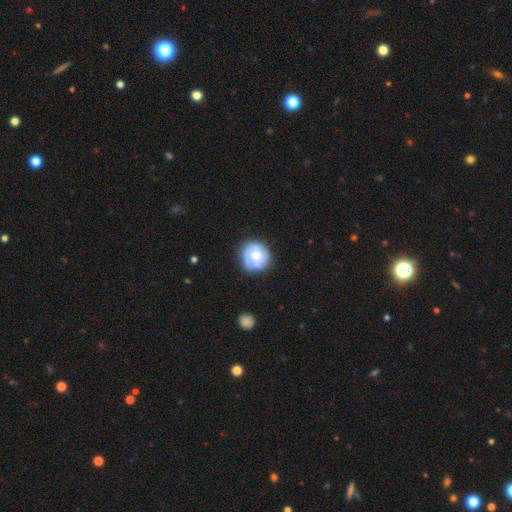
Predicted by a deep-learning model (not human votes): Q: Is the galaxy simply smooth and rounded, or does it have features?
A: smooth — 54%.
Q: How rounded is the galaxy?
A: round — 88%.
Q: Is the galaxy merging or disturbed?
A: none — 67%.